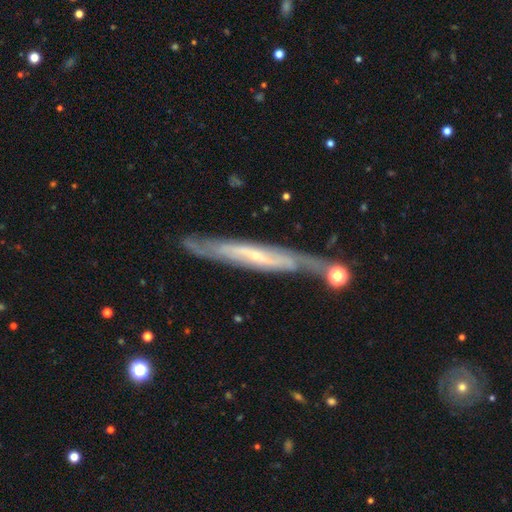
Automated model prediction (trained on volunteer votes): This is likely a featured or disk galaxy (77%). It is likely viewed edge-on (63%). Merging: likely none (69%).